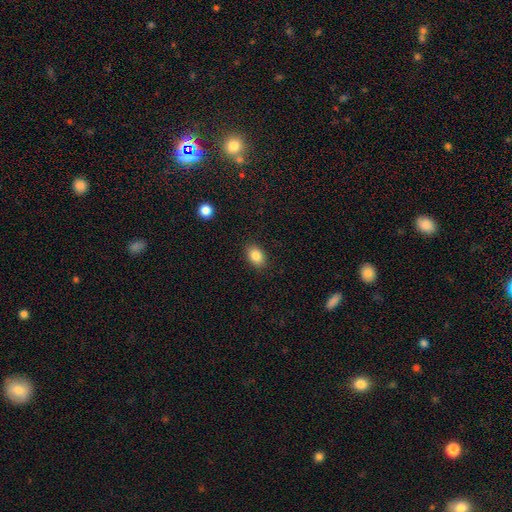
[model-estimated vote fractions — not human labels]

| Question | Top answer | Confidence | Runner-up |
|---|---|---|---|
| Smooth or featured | smooth | 86% | star or artifact (9%) |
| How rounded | in between | 75% | round (24%) |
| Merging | none | 88% | minor disturbance (8%) |